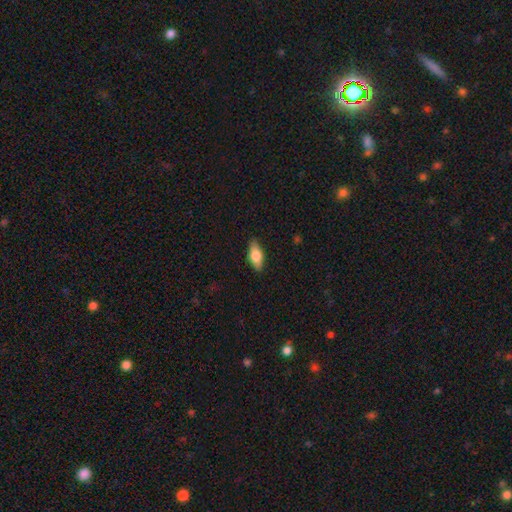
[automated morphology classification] Smooth or featured: smooth — 69% (featured or disk — 25%)
How rounded: in between — 77% (cigar-shaped — 19%)
Merging: none — 87% (minor disturbance — 10%)